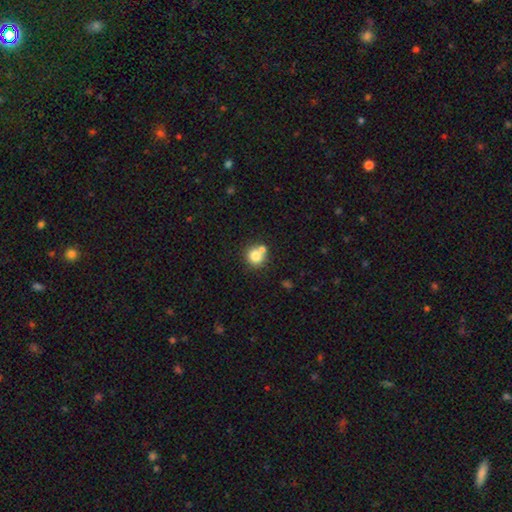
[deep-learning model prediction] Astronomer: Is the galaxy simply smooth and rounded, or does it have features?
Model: smooth — 79%.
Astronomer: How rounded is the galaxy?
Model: round — 89%.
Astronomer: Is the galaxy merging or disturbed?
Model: none — 58%.